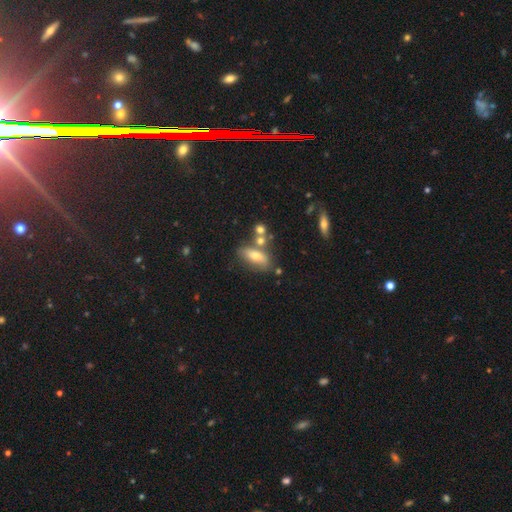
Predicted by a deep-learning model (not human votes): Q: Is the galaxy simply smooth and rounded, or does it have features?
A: smooth — 67%.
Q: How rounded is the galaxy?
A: in between — 73%.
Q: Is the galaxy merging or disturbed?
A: none — 58%.